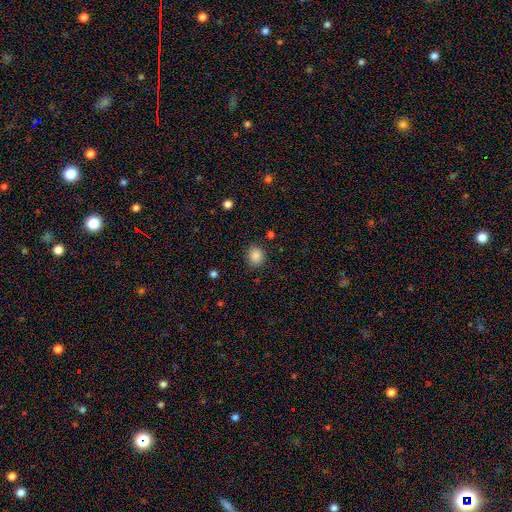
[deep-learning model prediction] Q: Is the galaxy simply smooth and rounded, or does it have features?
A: smooth — 86%.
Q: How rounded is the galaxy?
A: round — 80%.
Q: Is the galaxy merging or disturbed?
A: none — 86%.